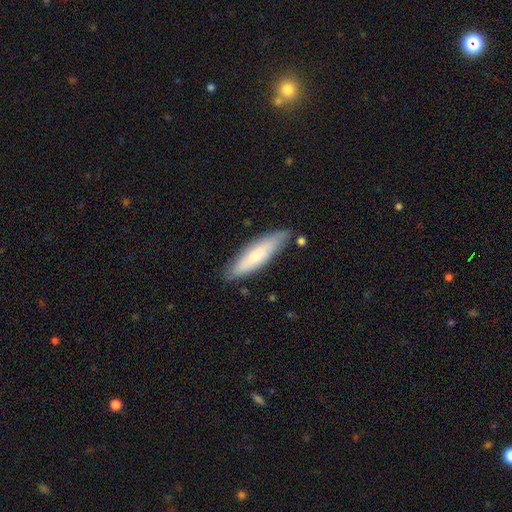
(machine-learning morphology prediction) A smooth galaxy with no disk features (71%) that is cigar-shaped (66%).

Vote fractions:
- Smooth or featured? smooth: 71% / featured or disk: 23% / star or artifact: 6%
- How rounded? cigar-shaped: 66% / in between: 32% / round: 1%
- Merging? none: 79% / minor disturbance: 16% / merger: 3% / major disturbance: 3%